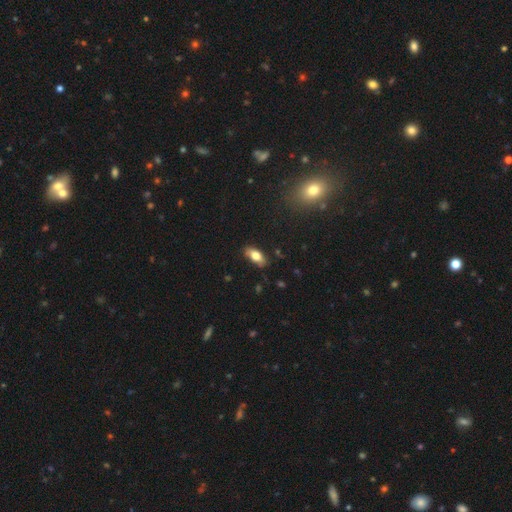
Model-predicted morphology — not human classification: This is likely a smooth galaxy (76%). How rounded: clearly in between (87%). Merging: likely none (79%).